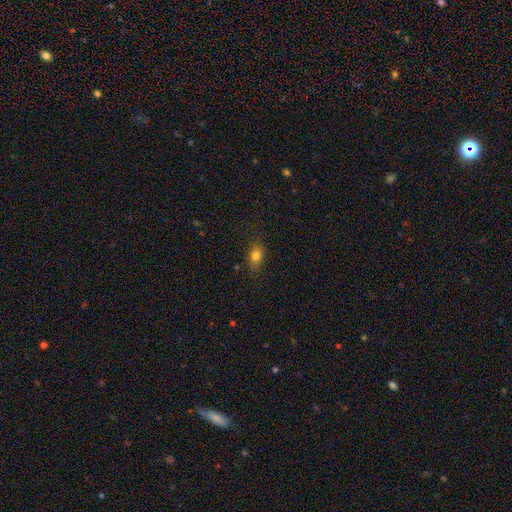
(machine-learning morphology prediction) Smooth or featured: smooth — 78% (star or artifact — 12%)
How rounded: in between — 72% (round — 24%)
Merging: none — 79% (minor disturbance — 16%)